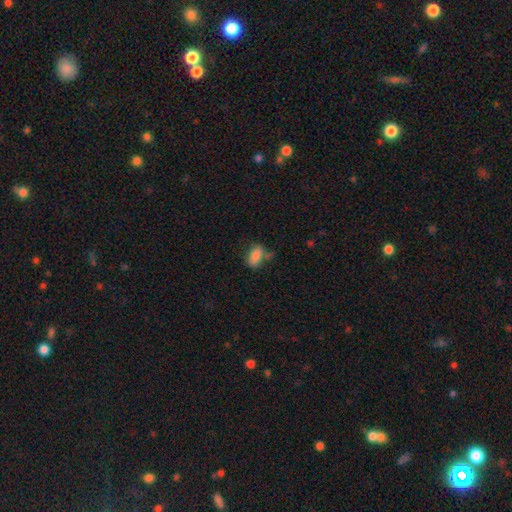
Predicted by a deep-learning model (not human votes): This is clearly a smooth galaxy (82%). How rounded: clearly in between (89%). Merging: possibly none (55%).